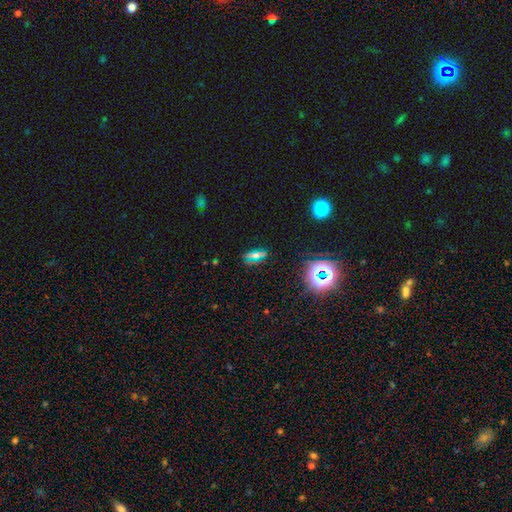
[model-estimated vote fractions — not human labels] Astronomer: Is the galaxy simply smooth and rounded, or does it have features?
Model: star or artifact — 41% (runner-up: smooth, 35%).